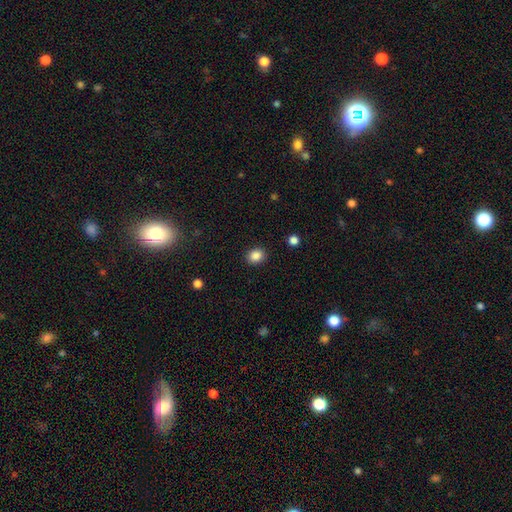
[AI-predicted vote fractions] Q: Smooth or featured?
A: smooth (86%); runner-up: star or artifact (10%)
Q: How rounded?
A: round (57%); runner-up: in between (42%)
Q: Merging?
A: none (89%); runner-up: minor disturbance (7%)